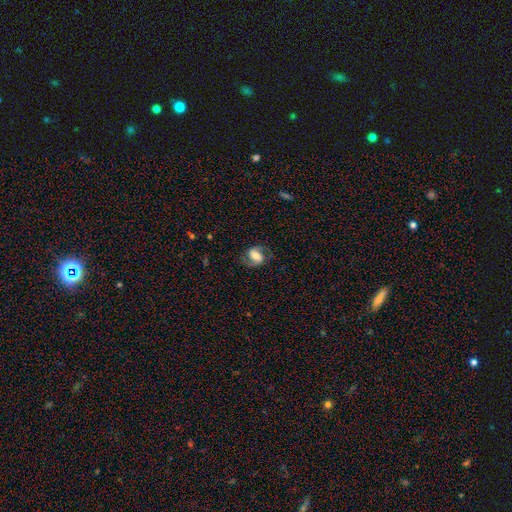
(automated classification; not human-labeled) Morphology: type=featured or disk (65%); edge-on=no (97%); bar=weak (41%); spiral arms=yes (89%); winding=medium (50%); arm count=2 (90%); bulge=moderate (52%); merging=none (74%).